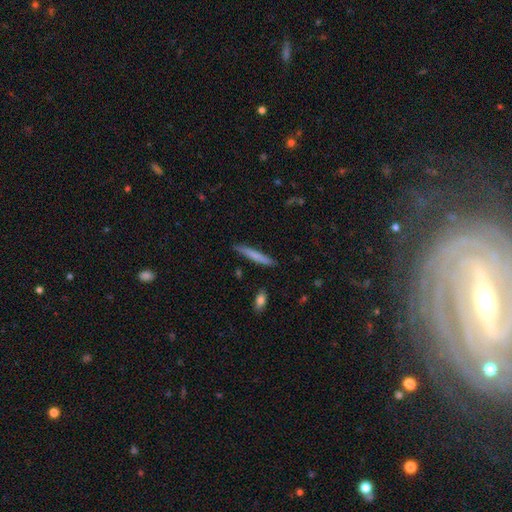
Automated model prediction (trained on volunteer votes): smooth_or_featured: smooth (p=0.71) [alt: featured or disk p=0.23]
how_rounded: cigar-shaped (p=0.95) [alt: in between p=0.04]
merging: none (p=0.84) [alt: minor disturbance p=0.12]